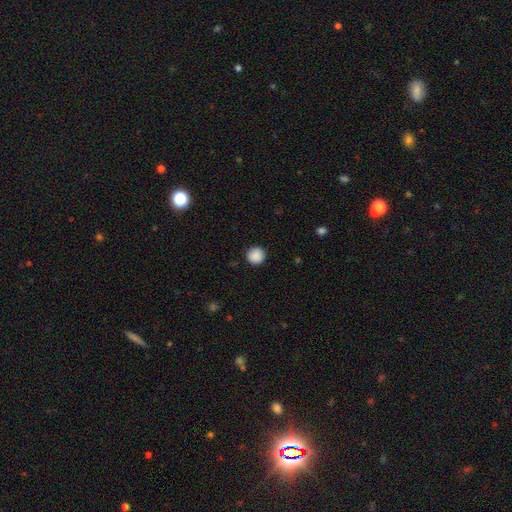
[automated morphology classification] A smooth galaxy with no disk features (89%) that is round (94%). Merging: none (91%).